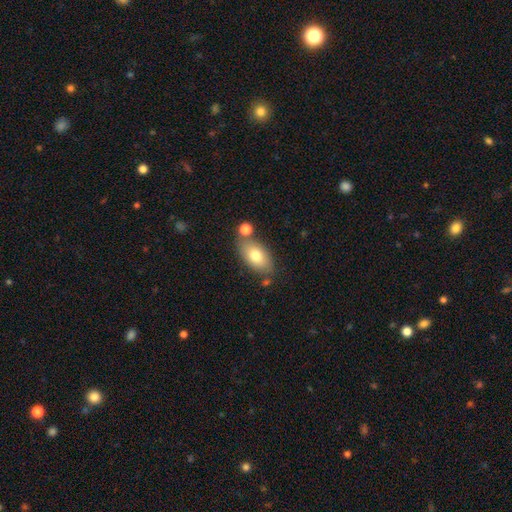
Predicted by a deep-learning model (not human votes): smooth_or_featured: smooth (p=0.74) [alt: featured or disk p=0.18]
how_rounded: in between (p=0.91) [alt: round p=0.07]
merging: none (p=0.68) [alt: minor disturbance p=0.14]